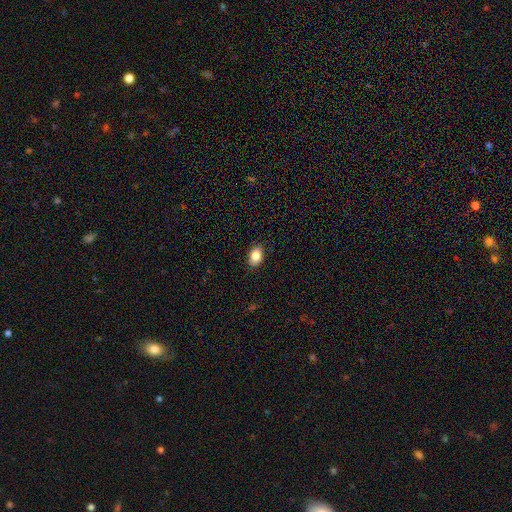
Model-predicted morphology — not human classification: This appears to be a smooth galaxy with no disk features (85%) that is in between round and cigar-shaped (86%). Merging: none (88%).